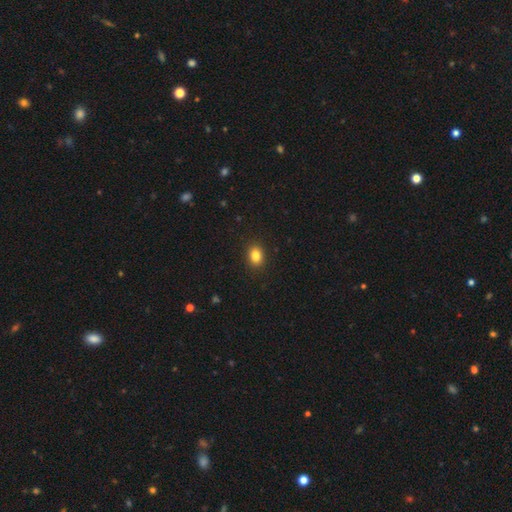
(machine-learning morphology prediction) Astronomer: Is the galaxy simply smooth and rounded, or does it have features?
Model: smooth — 84%.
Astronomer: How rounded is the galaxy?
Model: in between — 63%.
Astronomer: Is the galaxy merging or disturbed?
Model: none — 90%.